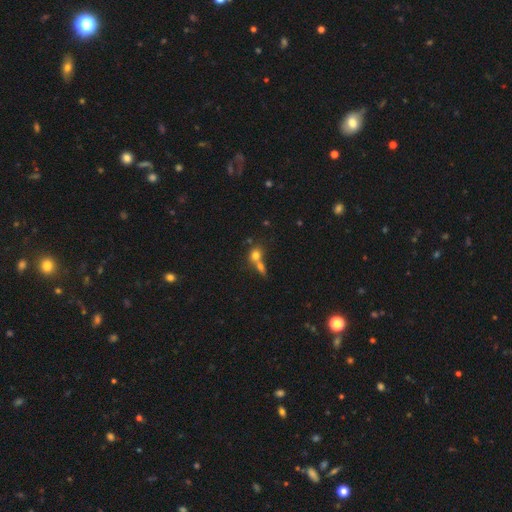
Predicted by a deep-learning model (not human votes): smooth 72%, featured or disk 15%, star or artifact 13%. Down the decision tree: how rounded — round (69%); merging — merger (56%).